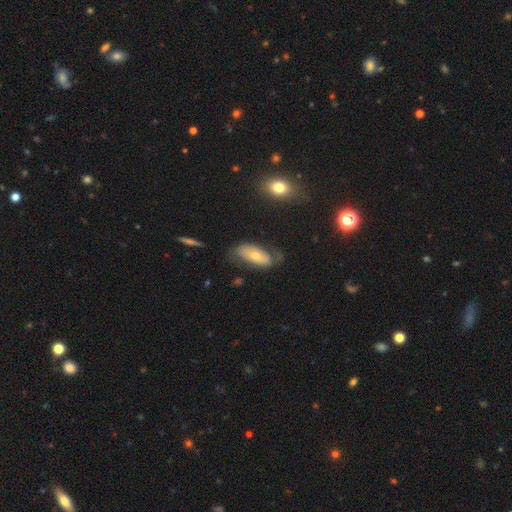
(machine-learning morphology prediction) A smooth galaxy with no disk features (57%) that is in between round and cigar-shaped (86%).

Vote fractions:
- Smooth or featured? smooth: 57% / featured or disk: 36% / star or artifact: 7%
- How rounded? in between: 86% / cigar-shaped: 12% / round: 3%
- Merging? none: 51% / minor disturbance: 28% / major disturbance: 17% / merger: 3%